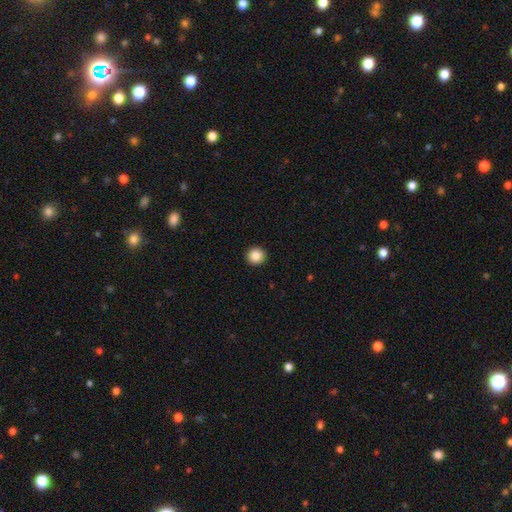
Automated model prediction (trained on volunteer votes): A smooth galaxy with no disk features (87%) that is round (95%). Merging: none (94%).